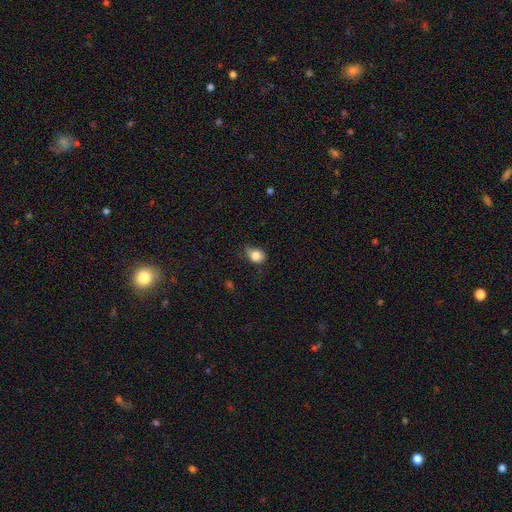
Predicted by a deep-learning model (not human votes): Smooth or featured?
  - smooth: 82% *
  - star or artifact: 9%
  - featured or disk: 8%
How rounded?
  - in between: 52% *
  - round: 47%
  - cigar-shaped: 1%
Merging?
  - none: 47% *
  - minor disturbance: 38%
  - major disturbance: 13%
  - merger: 2%